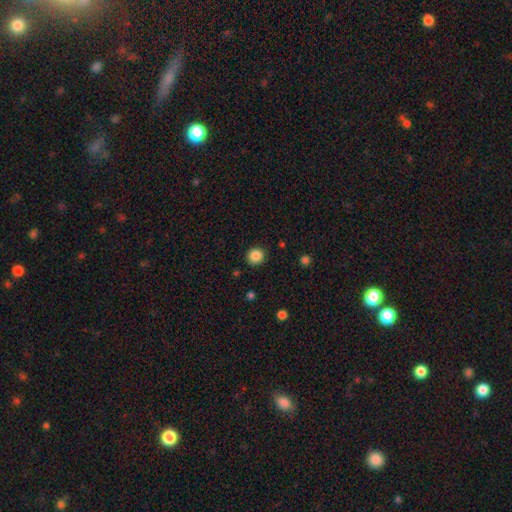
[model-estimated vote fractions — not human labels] Overall: smooth (86%). How rounded: round (89%). Merging: none (91%).